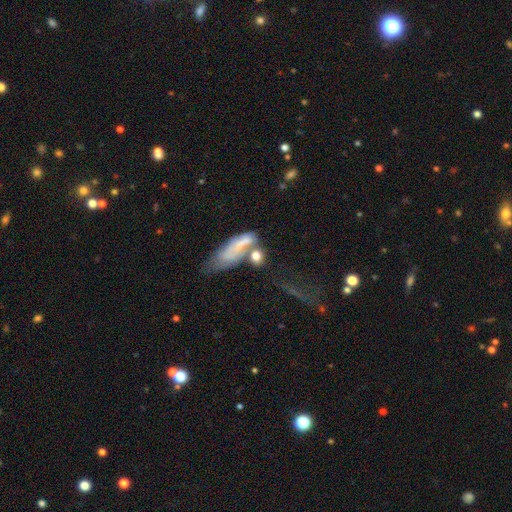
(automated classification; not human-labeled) Smooth or featured? Predicted: smooth (p=0.67). How rounded? Predicted: in between (p=0.49). Merging? Predicted: merger (p=0.42).